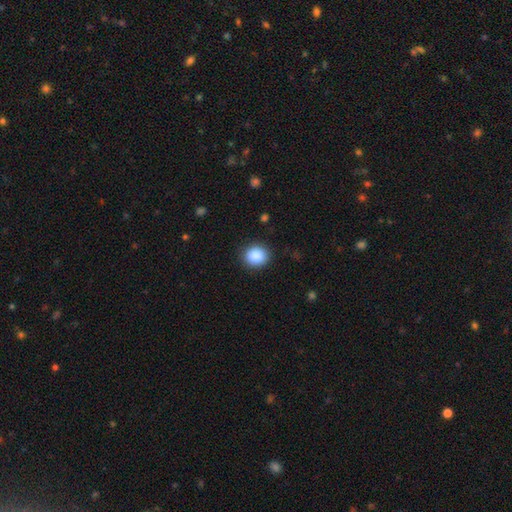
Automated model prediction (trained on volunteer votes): This is clearly a smooth galaxy (89%). How rounded: likely round (75%). Merging: clearly none (89%).